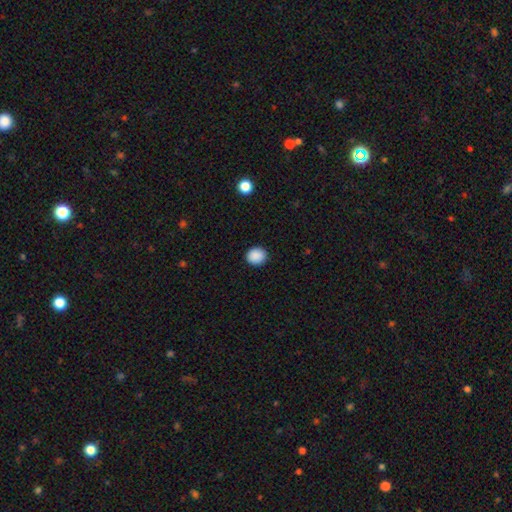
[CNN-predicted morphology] smooth 89%, star or artifact 8%, featured or disk 2%. Down the decision tree: how rounded — round (78%); merging — none (91%).